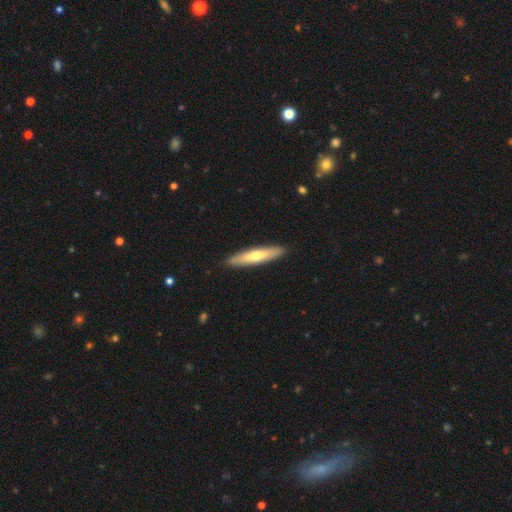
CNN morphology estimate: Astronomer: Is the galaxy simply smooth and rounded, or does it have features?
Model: smooth — 57% (runner-up: featured or disk, 38%).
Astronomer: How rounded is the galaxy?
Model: cigar-shaped — 88%.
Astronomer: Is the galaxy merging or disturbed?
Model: none — 91%.